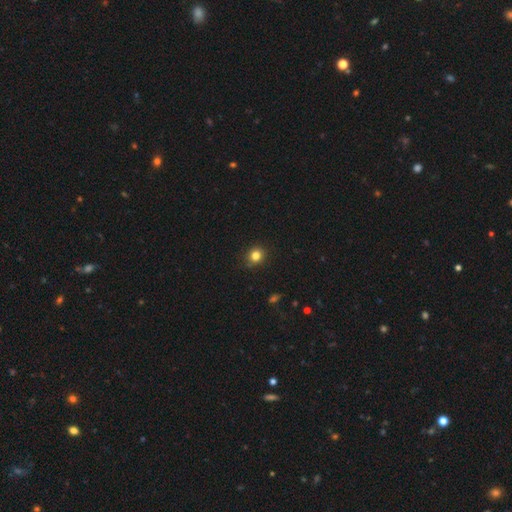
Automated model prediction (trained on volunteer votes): A smooth galaxy with no disk features (82%) that is round (80%). Merging: none (87%).